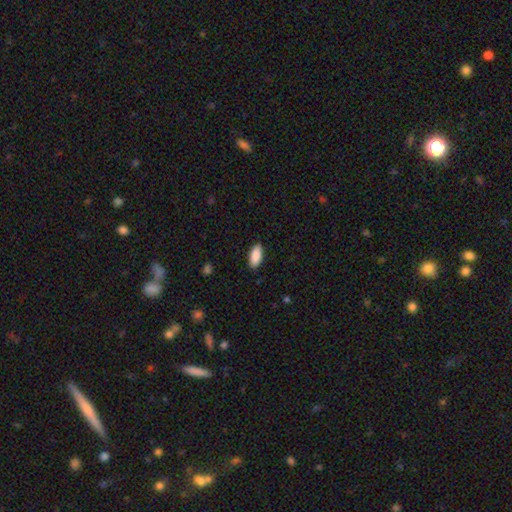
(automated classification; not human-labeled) Q: Smooth or featured?
A: smooth (90%); runner-up: star or artifact (6%)
Q: How rounded?
A: in between (90%); runner-up: cigar-shaped (8%)
Q: Merging?
A: none (88%); runner-up: minor disturbance (9%)